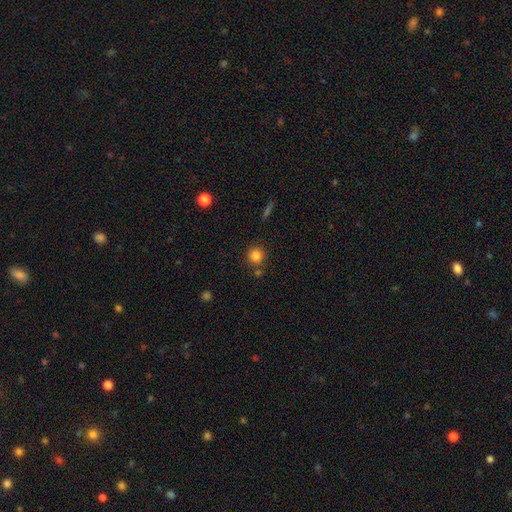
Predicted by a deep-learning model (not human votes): Overall: smooth (83%). How rounded: round (92%). Merging: none (78%).